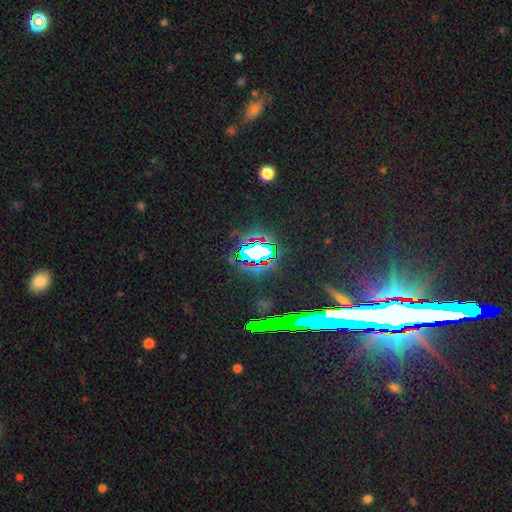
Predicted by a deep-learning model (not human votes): Smooth or featured: star or artifact — 63% (smooth — 21%)